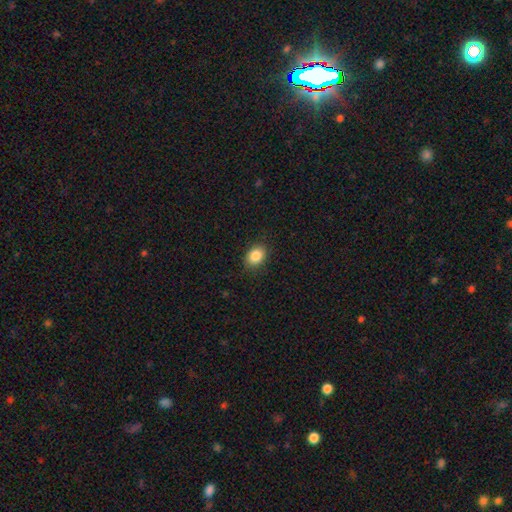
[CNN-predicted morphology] Q: Smooth or featured?
A: smooth (86%); runner-up: star or artifact (9%)
Q: How rounded?
A: in between (63%); runner-up: round (36%)
Q: Merging?
A: none (87%); runner-up: minor disturbance (9%)